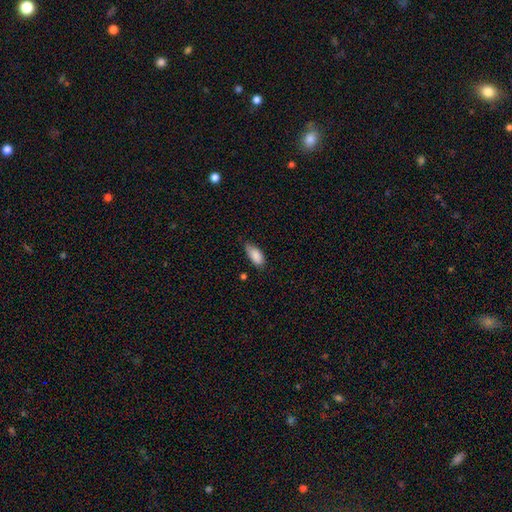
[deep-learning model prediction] Smooth or featured? Predicted: smooth (p=0.87). How rounded? Predicted: in between (p=0.89). Merging? Predicted: none (p=0.56).